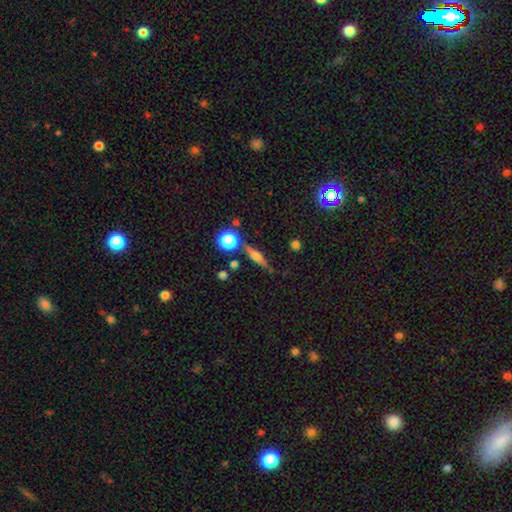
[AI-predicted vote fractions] smooth-or-featured: featured or disk: 48% | smooth: 40% | star or artifact: 12%
  merging: none: 79% | minor disturbance: 12% | merger: 6% | major disturbance: 4%